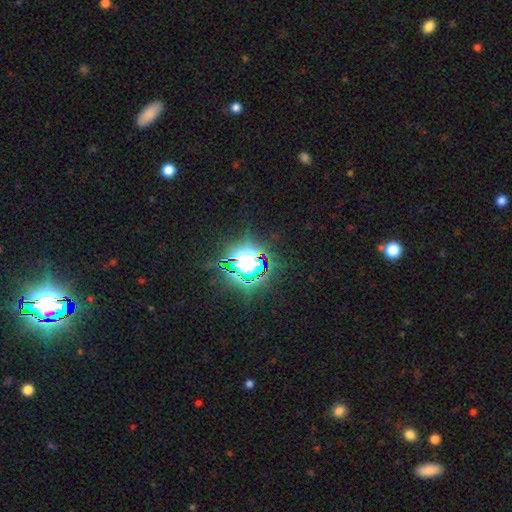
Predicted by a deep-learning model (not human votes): Overall: star or artifact (74%).